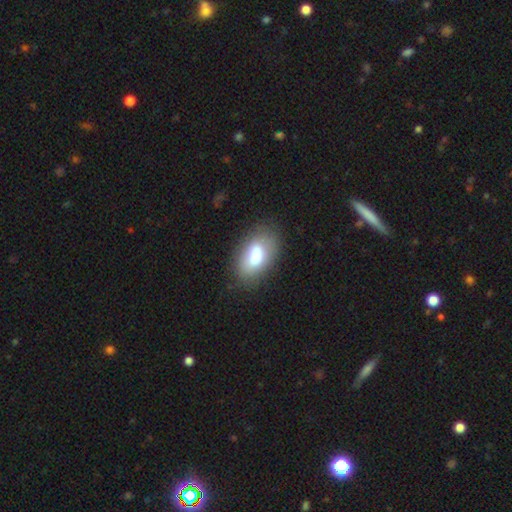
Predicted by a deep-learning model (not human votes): Smooth or featured?
  - smooth: 74% *
  - featured or disk: 18%
  - star or artifact: 8%
How rounded?
  - in between: 92% *
  - round: 5%
  - cigar-shaped: 3%
Merging?
  - none: 76% *
  - minor disturbance: 16%
  - major disturbance: 6%
  - merger: 2%